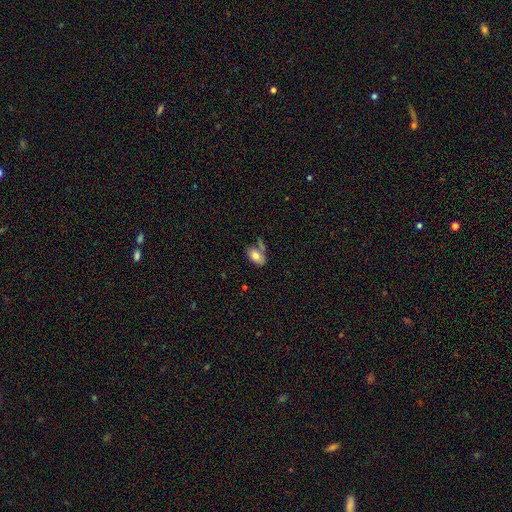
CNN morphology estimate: Smooth or featured? smooth (76%)
How rounded? in between (91%)
Merging? none (48%)